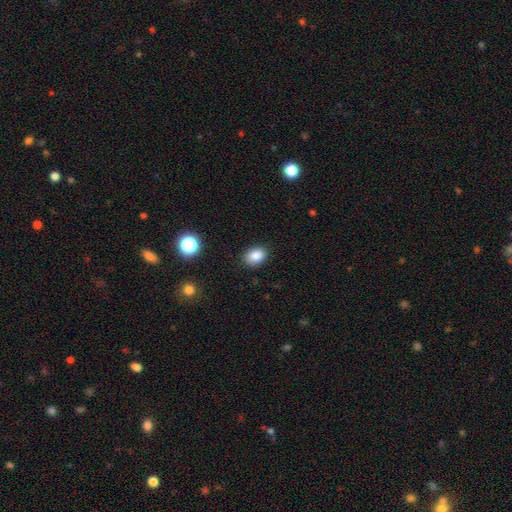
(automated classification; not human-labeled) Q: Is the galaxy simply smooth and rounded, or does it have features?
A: smooth — 85%.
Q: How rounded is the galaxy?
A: in between — 68%.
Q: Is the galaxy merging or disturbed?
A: none — 88%.